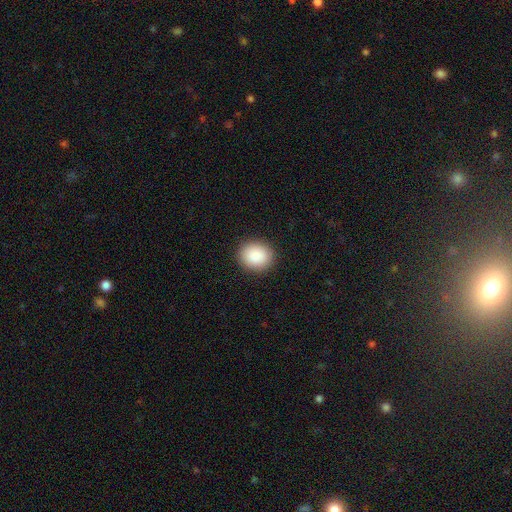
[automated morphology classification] smooth 89%, star or artifact 7%, featured or disk 3%. Down the decision tree: how rounded — round (62%); merging — none (90%).